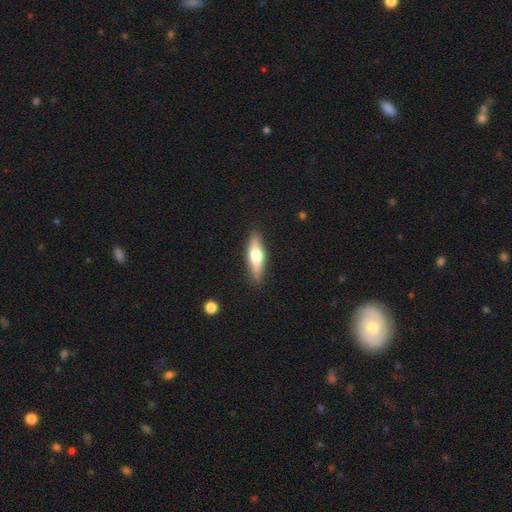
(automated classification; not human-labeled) Smooth or featured? Predicted: smooth (p=0.53). How rounded? Predicted: cigar-shaped (p=0.60). Merging? Predicted: none (p=0.88).